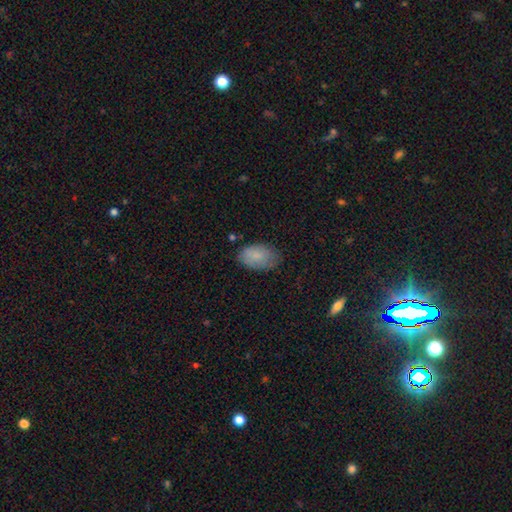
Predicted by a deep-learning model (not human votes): Overall: smooth (82%). How rounded: in between (91%). Merging: none (73%).